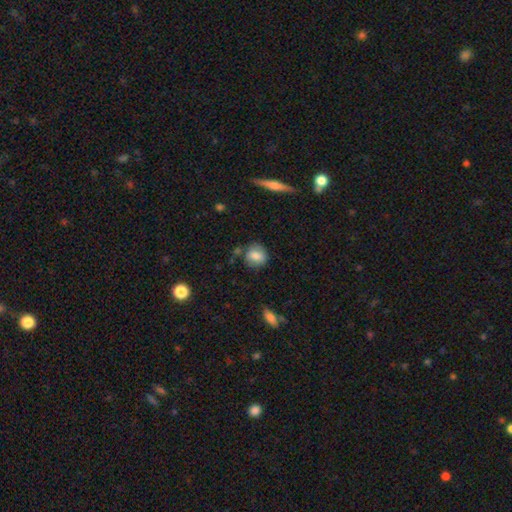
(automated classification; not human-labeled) This is likely a smooth galaxy (79%). How rounded: likely round (70%). Merging: likely none (74%).